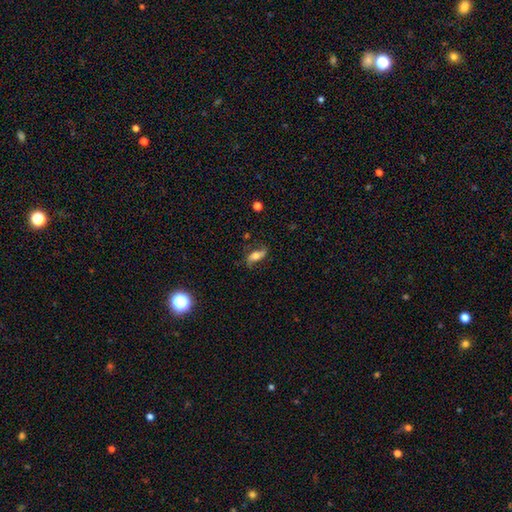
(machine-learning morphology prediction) smooth 48%, featured or disk 44%, star or artifact 8%. Down the decision tree: merging — none (67%).